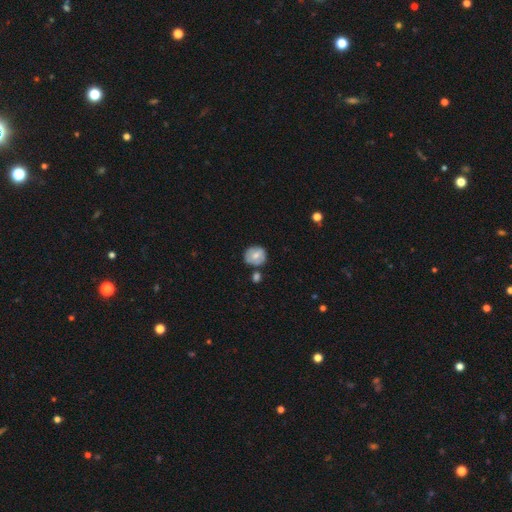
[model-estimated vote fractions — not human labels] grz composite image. It shows a smooth galaxy with no disk features (62%) that is round (83%). Merging: none (65%).